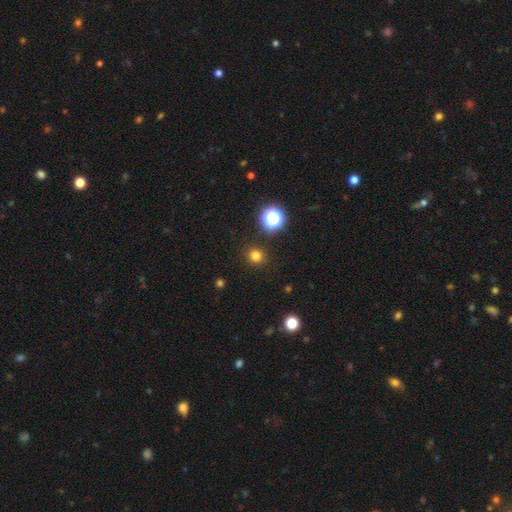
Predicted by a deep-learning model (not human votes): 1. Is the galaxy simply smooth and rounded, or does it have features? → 78% smooth, 18% star or artifact, 5% featured or disk.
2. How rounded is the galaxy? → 92% round, 7% in between, 1% cigar-shaped.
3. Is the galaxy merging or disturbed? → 91% none, 5% minor disturbance, 2% major disturbance, 1% merger.